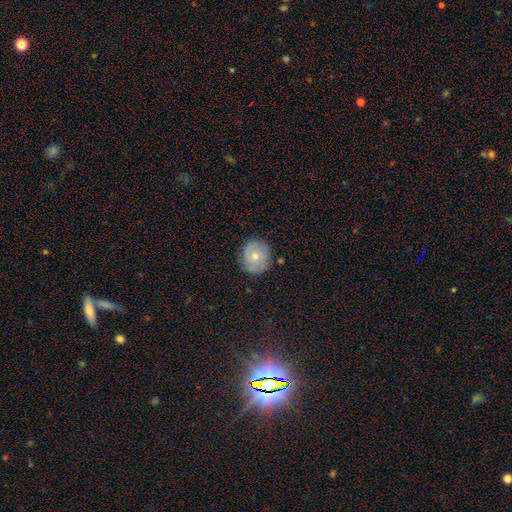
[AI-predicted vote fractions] smooth 57%, featured or disk 35%, star or artifact 8%. Down the decision tree: how rounded — round (90%); merging — none (82%).